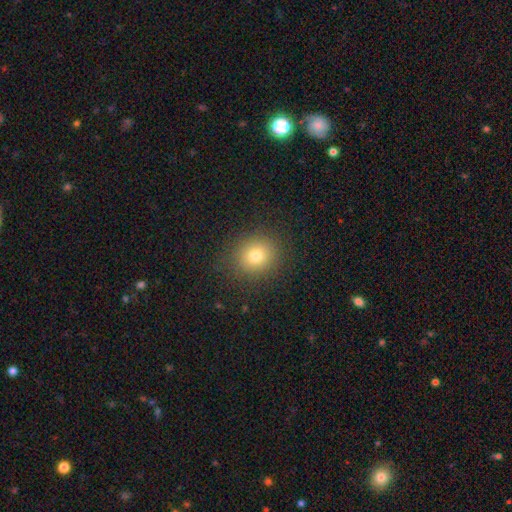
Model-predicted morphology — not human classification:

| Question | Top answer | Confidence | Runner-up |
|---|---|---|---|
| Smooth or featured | smooth | 78% | star or artifact (14%) |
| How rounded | round | 78% | in between (21%) |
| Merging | none | 89% | minor disturbance (7%) |